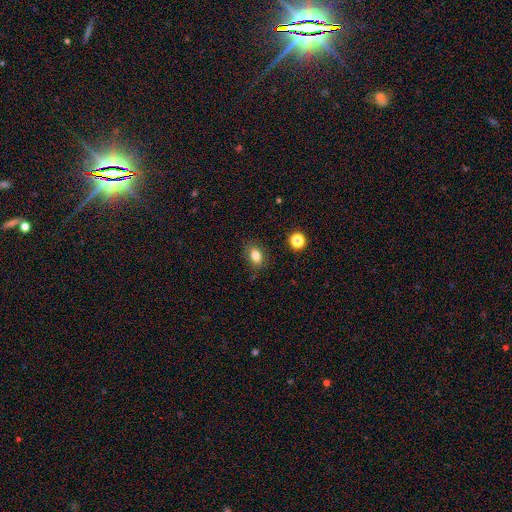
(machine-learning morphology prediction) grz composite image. It shows a smooth galaxy with no disk features (82%) that is in between round and cigar-shaped (78%). Merging: none (83%).